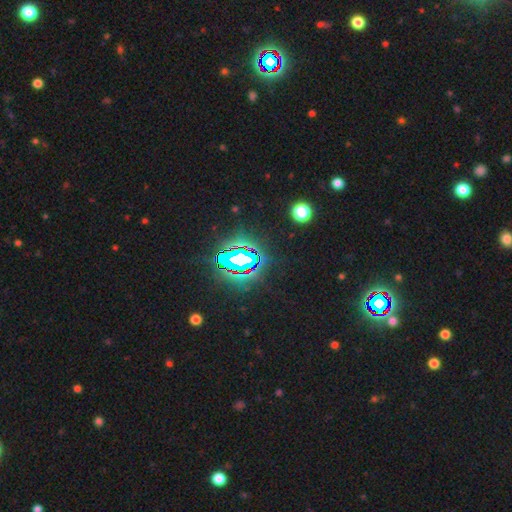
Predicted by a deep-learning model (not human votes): Smooth or featured: star or artifact — 84% (smooth — 9%)